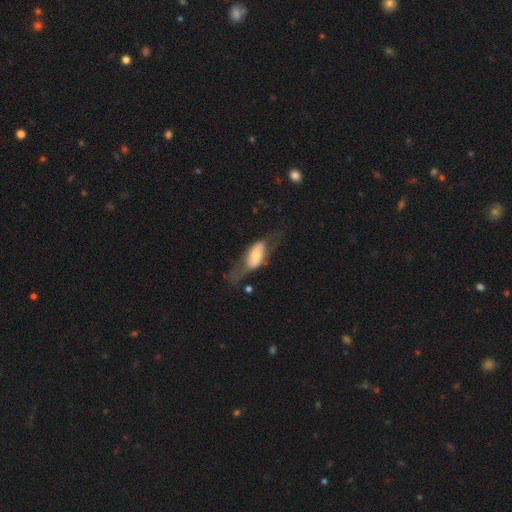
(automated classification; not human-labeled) This appears to be a featured or disk galaxy (53%). Merging: none (44%).